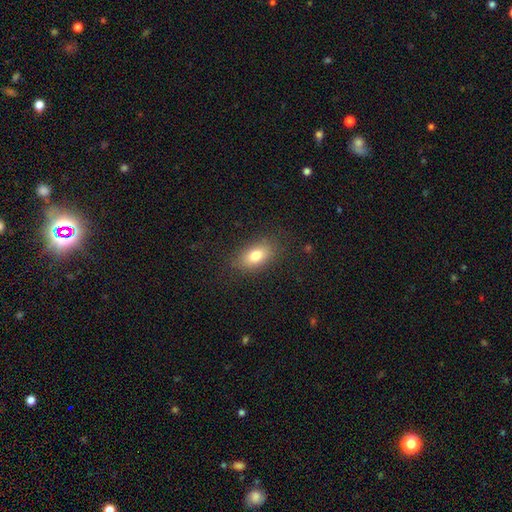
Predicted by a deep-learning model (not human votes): Q: Smooth or featured?
A: smooth (78%); runner-up: featured or disk (13%)
Q: How rounded?
A: in between (86%); runner-up: round (9%)
Q: Merging?
A: none (82%); runner-up: minor disturbance (12%)